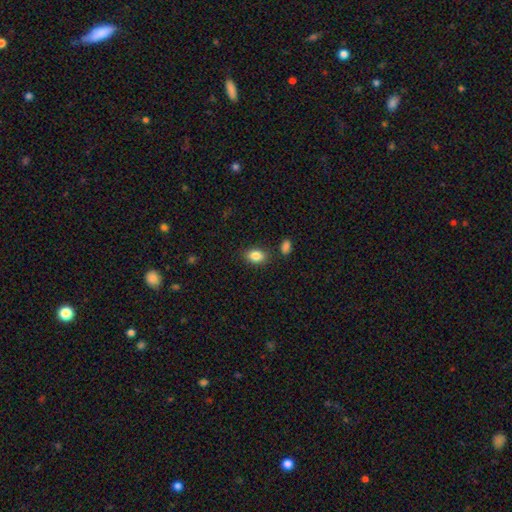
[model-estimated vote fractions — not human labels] Smooth or featured: smooth — 85% (star or artifact — 9%)
How rounded: in between — 80% (round — 18%)
Merging: none — 82% (minor disturbance — 11%)